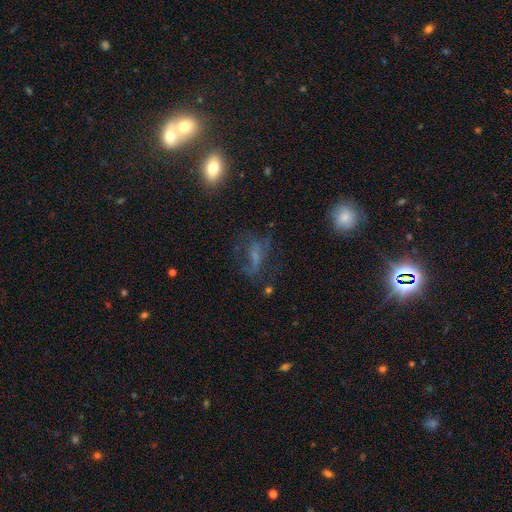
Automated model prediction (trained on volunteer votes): featured or disk 49%, smooth 27%, star or artifact 25%. Down the decision tree: merging — none (48%).